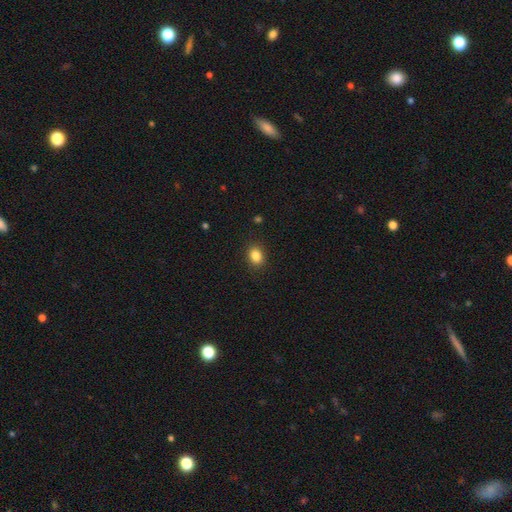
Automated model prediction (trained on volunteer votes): A smooth galaxy with no disk features (85%) that is in between round and cigar-shaped (61%).

Vote fractions:
- Smooth or featured? smooth: 85% / star or artifact: 10% / featured or disk: 5%
- How rounded? in between: 61% / round: 38% / cigar-shaped: 1%
- Merging? none: 88% / minor disturbance: 8% / major disturbance: 2% / merger: 1%